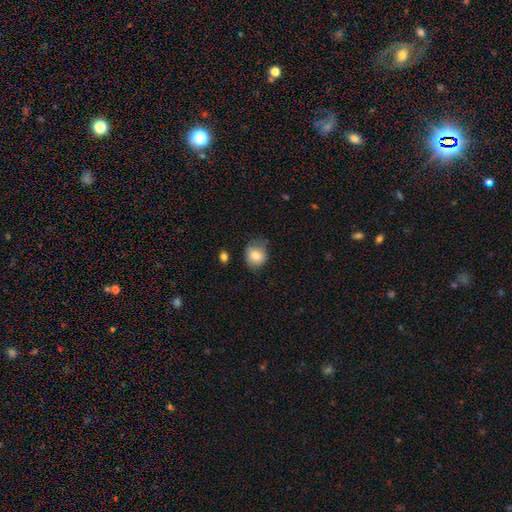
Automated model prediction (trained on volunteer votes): smooth-or-featured: smooth: 80% | featured or disk: 12% | star or artifact: 8%
  how-rounded: round: 60% | in between: 39% | cigar-shaped: 1%
  merging: none: 59% | minor disturbance: 29% | major disturbance: 9% | merger: 2%